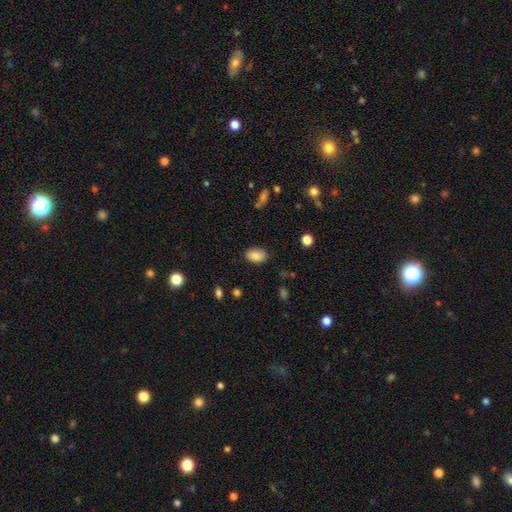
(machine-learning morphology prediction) Smooth or featured? Predicted: smooth (p=0.88). How rounded? Predicted: in between (p=0.90). Merging? Predicted: none (p=0.85).